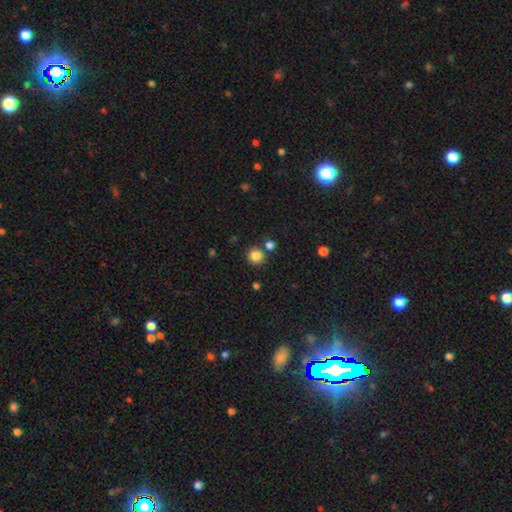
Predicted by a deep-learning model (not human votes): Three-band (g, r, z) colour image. It shows a smooth galaxy with no disk features (84%) that is round (94%). Merging: none (79%).